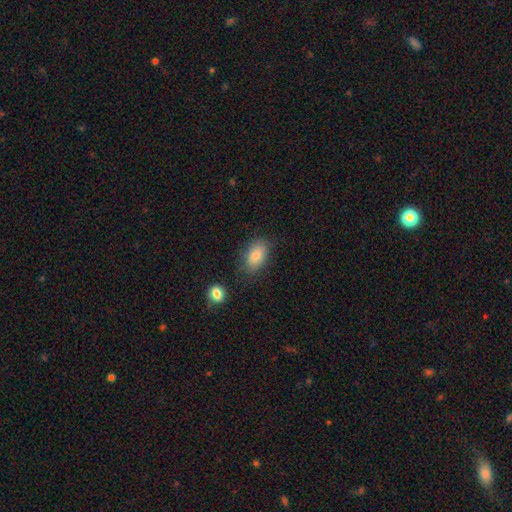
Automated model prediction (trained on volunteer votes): Q: Smooth or featured?
A: smooth (83%); runner-up: featured or disk (9%)
Q: How rounded?
A: in between (90%); runner-up: round (8%)
Q: Merging?
A: none (75%); runner-up: minor disturbance (17%)